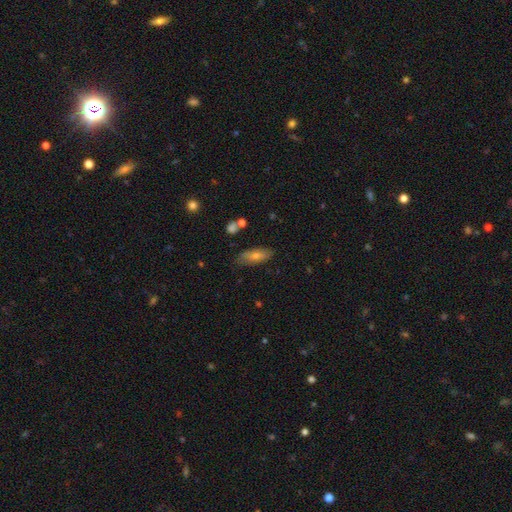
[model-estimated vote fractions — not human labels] Smooth or featured? Predicted: smooth (p=0.59). How rounded? Predicted: in between (p=0.60). Merging? Predicted: none (p=0.79).